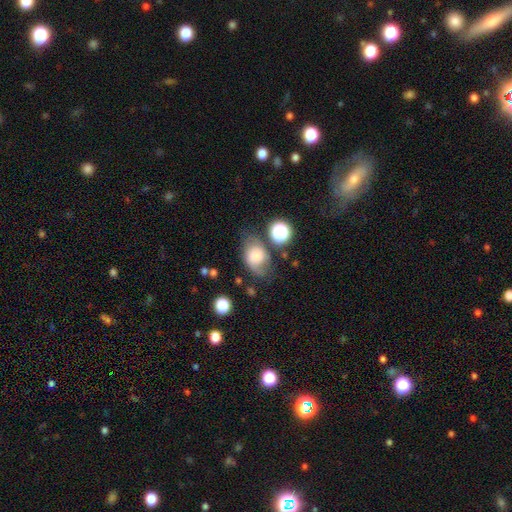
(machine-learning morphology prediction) The model was most divided on "merging": none: 52%, minor disturbance: 27%, major disturbance: 14%, merger: 7%. More confident: how rounded — in between (70%); smooth or featured — smooth (61%).